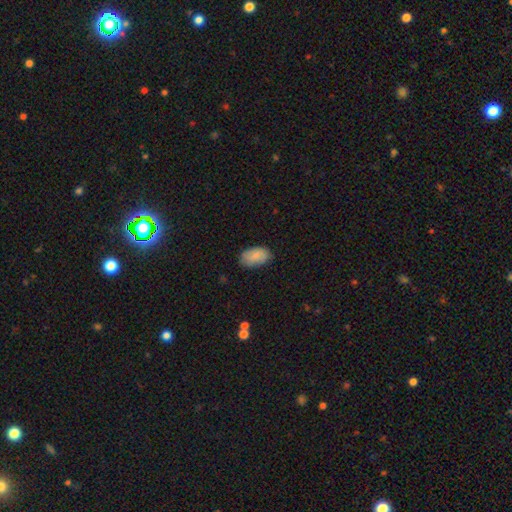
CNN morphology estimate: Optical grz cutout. It shows a smooth galaxy with no disk features (85%) that is in between round and cigar-shaped (94%). Merging: none (78%).